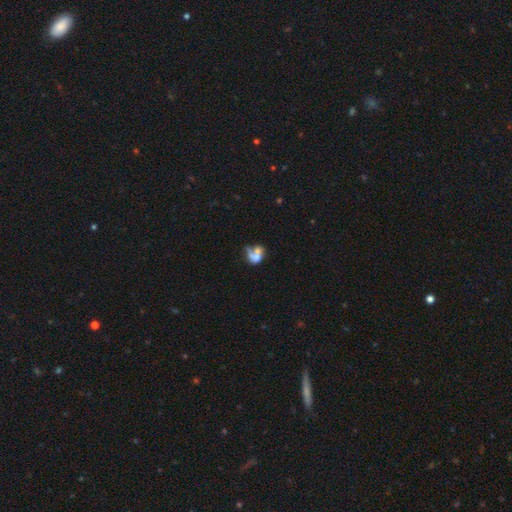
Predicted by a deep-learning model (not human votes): This is possibly a smooth galaxy (53%). How rounded: possibly in between (58%). Merging: likely merger (61%).